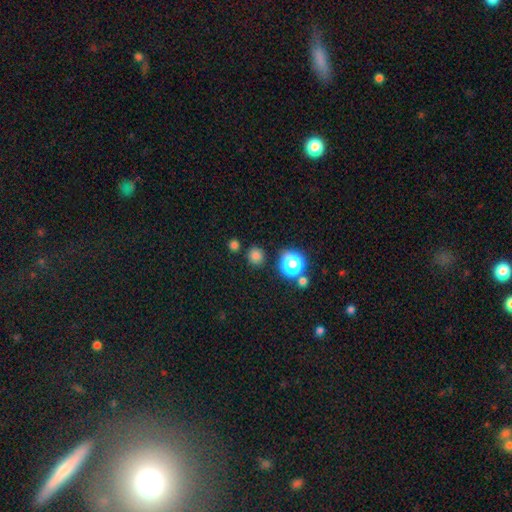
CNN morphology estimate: smooth 76%, star or artifact 19%, featured or disk 5%. Down the decision tree: how rounded — round (89%); merging — none (85%).